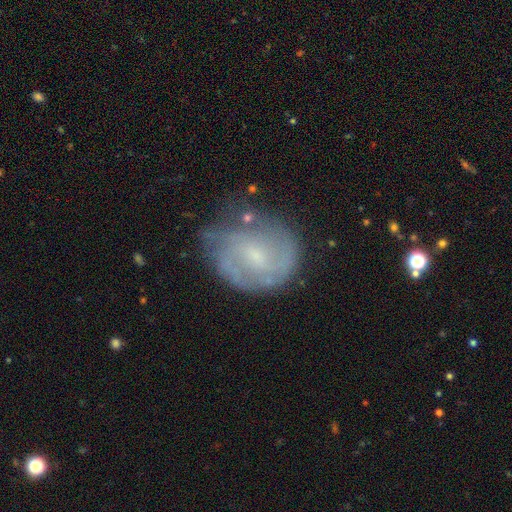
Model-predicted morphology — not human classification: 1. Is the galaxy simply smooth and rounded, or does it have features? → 65% featured or disk, 26% smooth, 9% star or artifact.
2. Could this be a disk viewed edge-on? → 97% no, 3% yes.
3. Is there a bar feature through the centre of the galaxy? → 48% weak, 44% no, 8% strong.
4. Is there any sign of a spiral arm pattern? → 80% yes, 20% no.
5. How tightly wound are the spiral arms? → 44% tight, 39% medium, 18% loose.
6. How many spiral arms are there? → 38% can't tell (tied), 38% 2 (tied), 11% 3, 7% 1, 3% 4, 3% more than 4.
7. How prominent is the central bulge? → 56% small, 28% moderate, 13% none, 2% large, 1% dominant.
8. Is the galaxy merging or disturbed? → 60% none, 25% minor disturbance, 12% major disturbance, 3% merger.